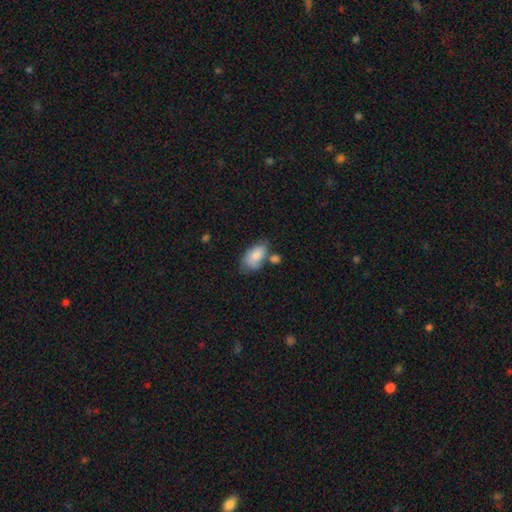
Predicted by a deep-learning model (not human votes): Overall: smooth (84%). How rounded: in between (93%). Merging: none (48%; minor disturbance 24%).